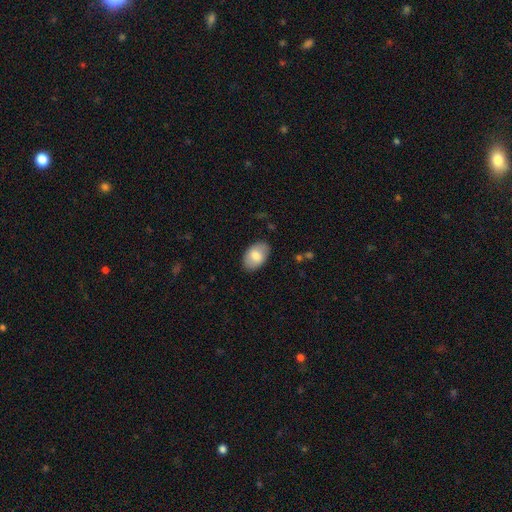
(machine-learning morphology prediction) This appears to be a smooth galaxy with no disk features (75%) that is in between round and cigar-shaped (91%). Merging: none (85%).